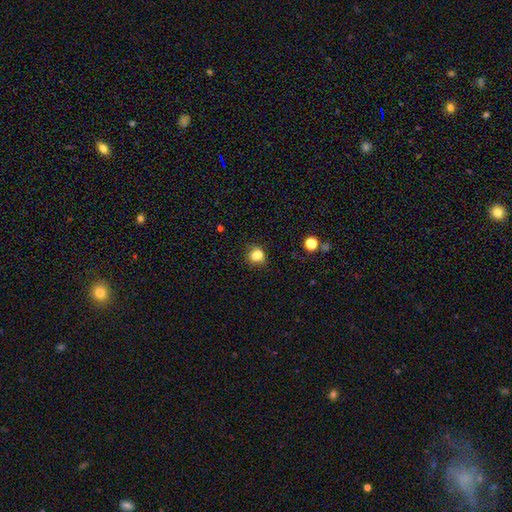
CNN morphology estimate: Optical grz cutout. It shows a smooth galaxy with no disk features (78%) that is round (66%). Merging: none (54%).